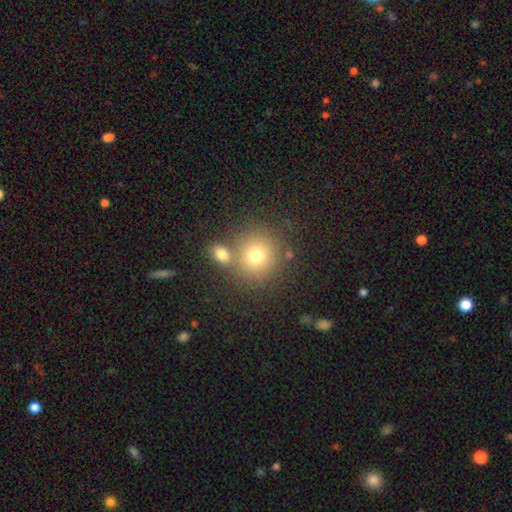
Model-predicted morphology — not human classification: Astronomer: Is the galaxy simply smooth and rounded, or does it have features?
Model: smooth — 75%.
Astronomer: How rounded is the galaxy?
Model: round — 87%.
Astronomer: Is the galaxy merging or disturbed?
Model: none — 65%.